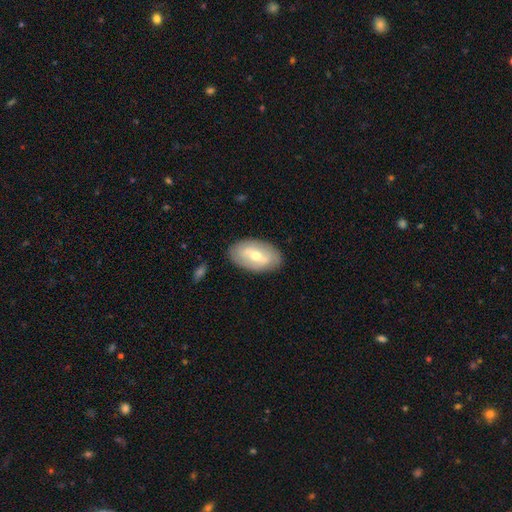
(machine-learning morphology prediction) Q: Smooth or featured?
A: featured or disk (51%); runner-up: smooth (44%)
Q: Edge-on disk?
A: no (88%); runner-up: yes (12%)
Q: Merging?
A: none (85%); runner-up: minor disturbance (11%)